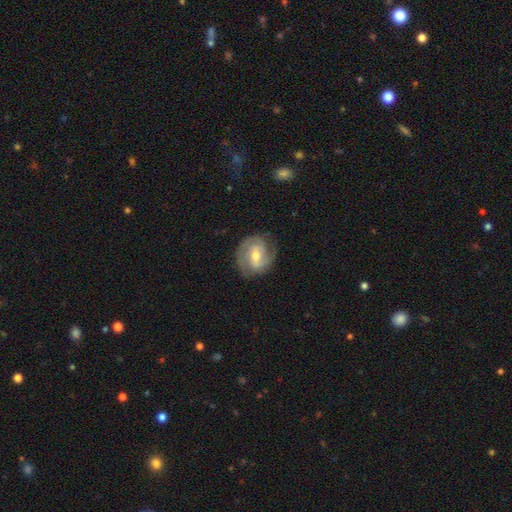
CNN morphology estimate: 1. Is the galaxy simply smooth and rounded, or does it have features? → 81% featured or disk, 14% smooth, 5% star or artifact.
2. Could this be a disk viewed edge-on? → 97% no, 3% yes.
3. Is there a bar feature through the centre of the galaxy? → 48% weak, 28% strong, 24% no.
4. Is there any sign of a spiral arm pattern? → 93% yes, 7% no.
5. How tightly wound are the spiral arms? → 45% tight, 42% medium, 13% loose.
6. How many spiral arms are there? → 72% 2, 11% can't tell, 10% 3, 3% 1, 2% 4, 2% more than 4.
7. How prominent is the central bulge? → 62% moderate, 33% small, 3% large, 1% none, 1% dominant.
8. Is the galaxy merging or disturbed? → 76% none, 17% minor disturbance, 6% major disturbance, 1% merger.